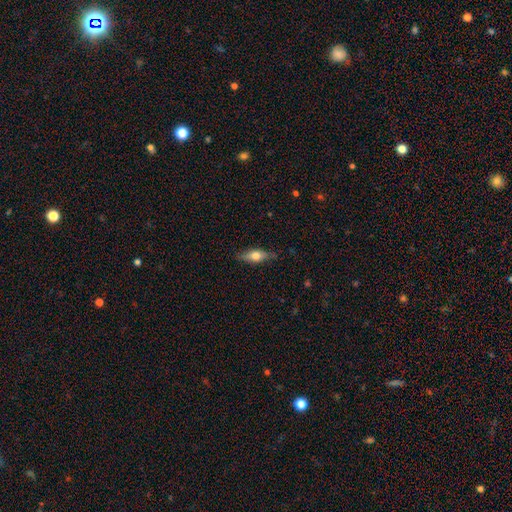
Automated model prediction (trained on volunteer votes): This is possibly a smooth galaxy (57%). How rounded: possibly in between (59%). Merging: clearly none (80%).